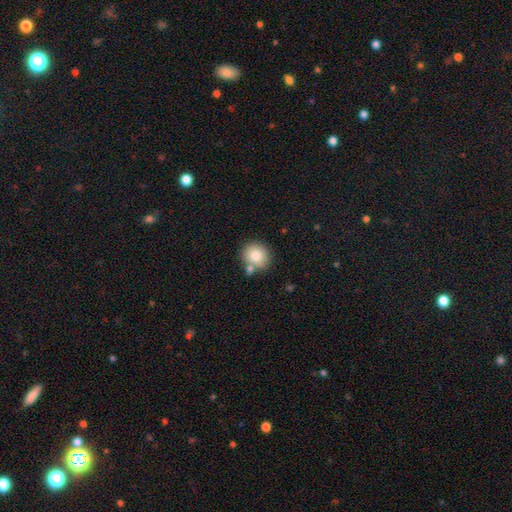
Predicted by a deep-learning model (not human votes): smooth-or-featured: smooth: 82% | featured or disk: 10% | star or artifact: 9%
  how-rounded: round: 82% | in between: 17% | cigar-shaped: 1%
  merging: none: 68% | merger: 16% | minor disturbance: 12% | major disturbance: 3%